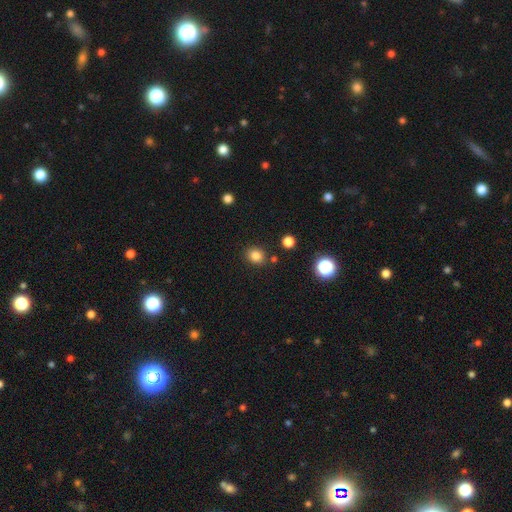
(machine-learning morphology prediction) This is clearly a smooth galaxy (83%). How rounded: likely round (70%). Merging: clearly none (84%).